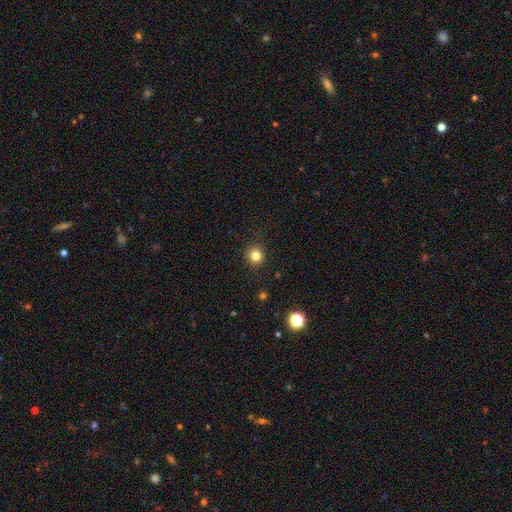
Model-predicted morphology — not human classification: type=smooth (82%); roundness=round (91%); merging=none (90%).